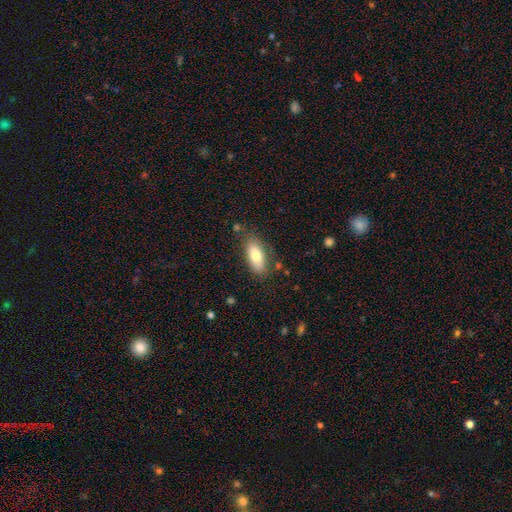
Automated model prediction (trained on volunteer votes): smooth 78%, featured or disk 16%, star or artifact 7%. Down the decision tree: how rounded — in between (84%); merging — none (78%).